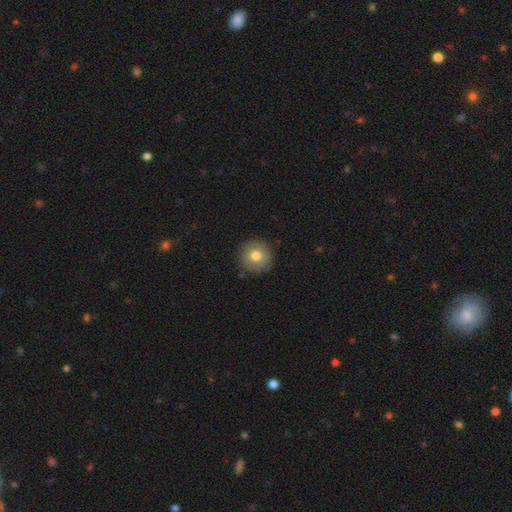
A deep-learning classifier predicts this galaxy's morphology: A smooth galaxy with no disk features (75%) that is round (95%).

Vote fractions:
- Smooth or featured? smooth: 75% / featured or disk: 17% / star or artifact: 9%
- How rounded? round: 95% / in between: 4% / cigar-shaped: 1%
- Merging? none: 89% / minor disturbance: 8% / major disturbance: 2% / merger: 1%